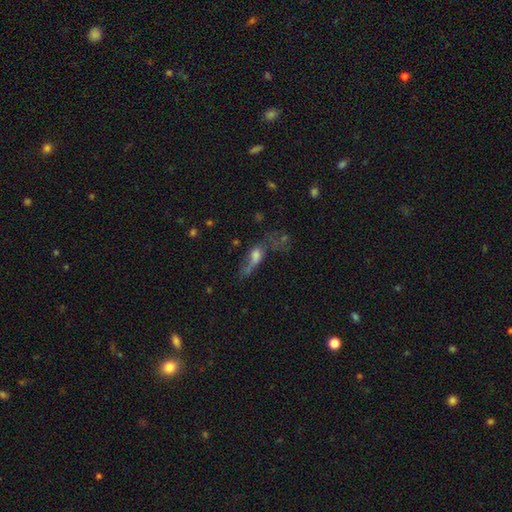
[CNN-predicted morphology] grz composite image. It shows a smooth galaxy with no disk features (46%). Merging: major disturbance (45%).